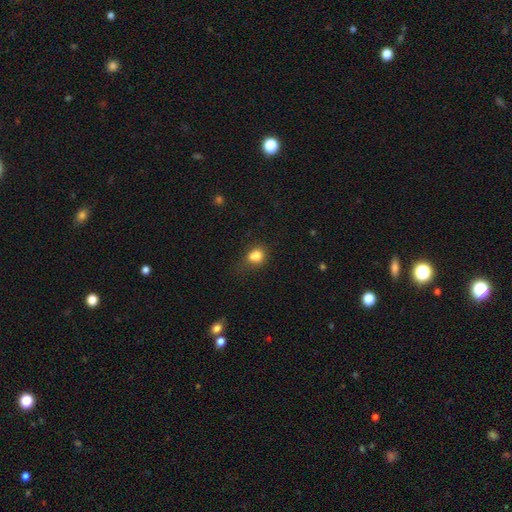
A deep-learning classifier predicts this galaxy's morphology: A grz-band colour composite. It shows a smooth galaxy with no disk features (79%) that is round (62%). Merging: none (43%).